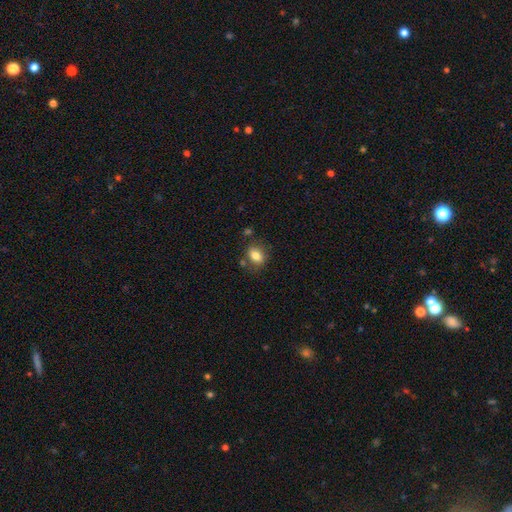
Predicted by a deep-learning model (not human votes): Overall: smooth (80%). How rounded: in between (61%; round 38%). Merging: none (72%).